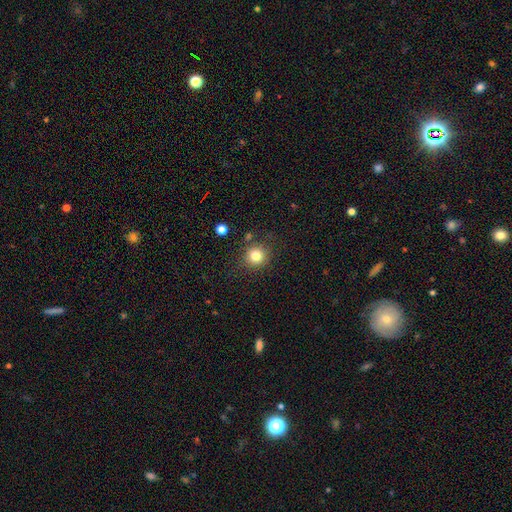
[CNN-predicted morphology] smooth-or-featured: smooth: 82% | star or artifact: 12% | featured or disk: 6%
  how-rounded: round: 91% | in between: 8% | cigar-shaped: 1%
  merging: none: 83% | minor disturbance: 10% | merger: 4% | major disturbance: 3%